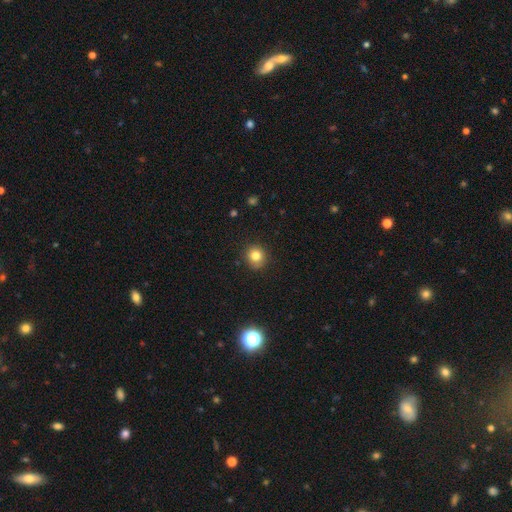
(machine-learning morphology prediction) A smooth galaxy with no disk features (81%) that is round (89%).

Vote fractions:
- Smooth or featured? smooth: 81% / star or artifact: 12% / featured or disk: 7%
- How rounded? round: 89% / in between: 10% / cigar-shaped: 1%
- Merging? none: 88% / minor disturbance: 9% / major disturbance: 2% / merger: 1%